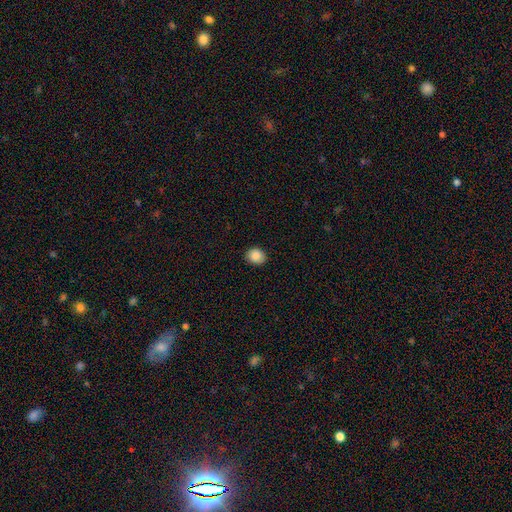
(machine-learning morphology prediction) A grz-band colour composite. It shows a smooth galaxy with no disk features (88%) that is round (62%). Merging: none (88%).